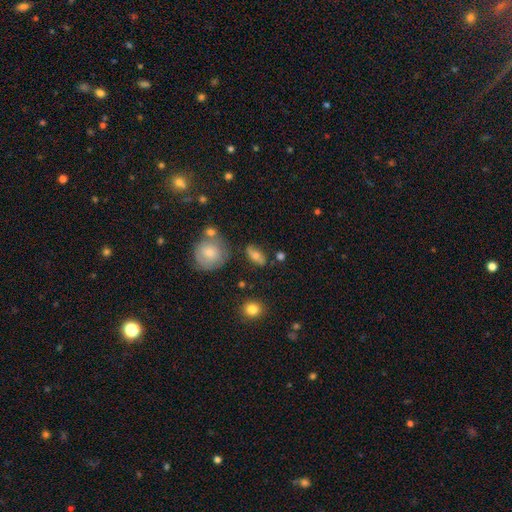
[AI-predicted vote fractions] This appears to be a smooth galaxy with no disk features (58%) that is in between round and cigar-shaped (75%). Merging: none (69%).